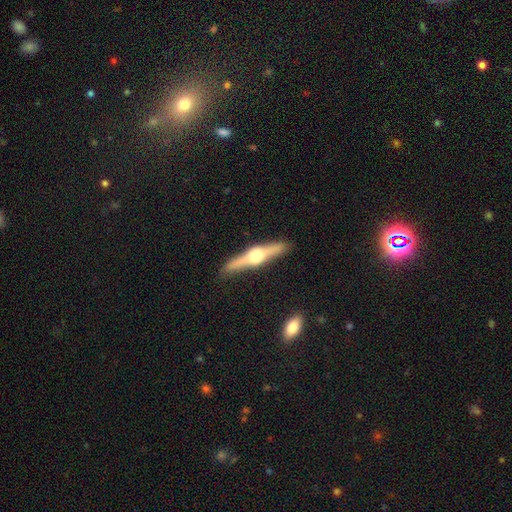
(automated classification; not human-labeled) Morphology: type=featured or disk (75%); edge-on=yes (97%); edge-on bulge=rounded (95%); merging=none (89%).